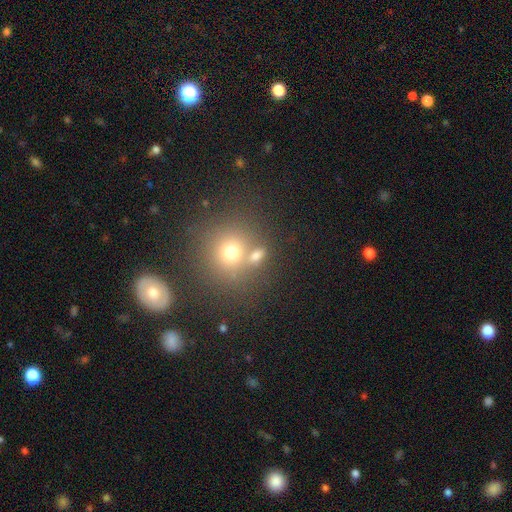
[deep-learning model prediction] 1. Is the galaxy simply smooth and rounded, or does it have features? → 69% smooth, 18% star or artifact, 13% featured or disk.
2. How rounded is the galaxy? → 66% round, 32% in between, 3% cigar-shaped.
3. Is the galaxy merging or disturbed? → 55% none, 29% merger, 10% minor disturbance, 5% major disturbance.